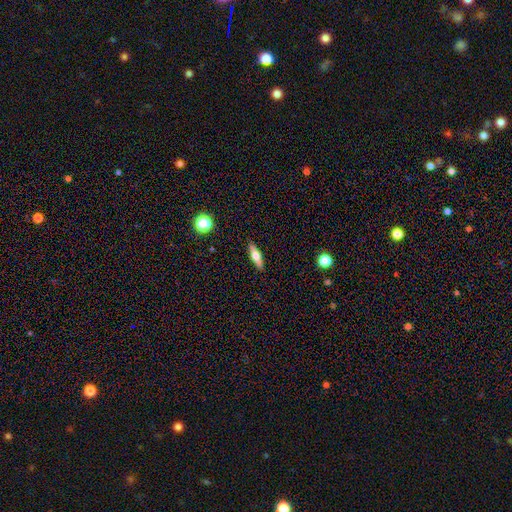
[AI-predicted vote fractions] A smooth galaxy with no disk features (49%). Merging: none (90%).